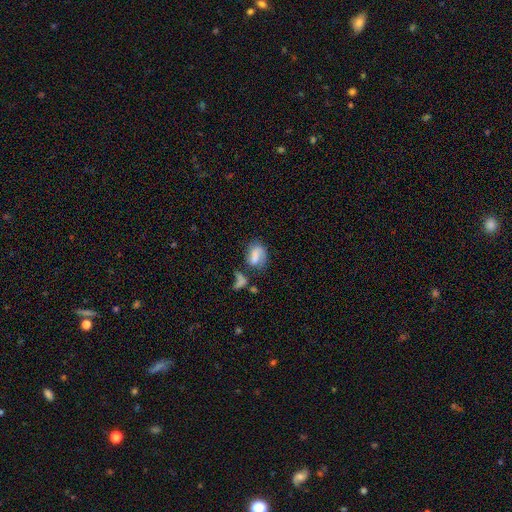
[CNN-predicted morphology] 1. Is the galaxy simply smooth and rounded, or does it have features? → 54% smooth, 35% featured or disk, 11% star or artifact.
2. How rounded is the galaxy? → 77% in between, 20% round, 3% cigar-shaped.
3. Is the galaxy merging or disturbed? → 40% none, 21% merger, 21% minor disturbance, 18% major disturbance.